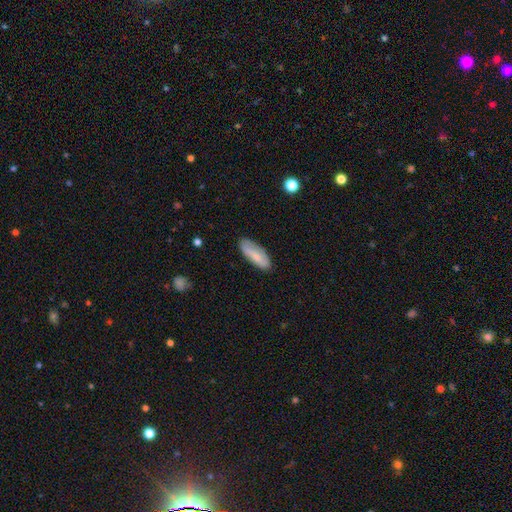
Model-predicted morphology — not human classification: Overall: smooth (72%). How rounded: in between (66%; cigar-shaped 32%). Merging: none (79%).